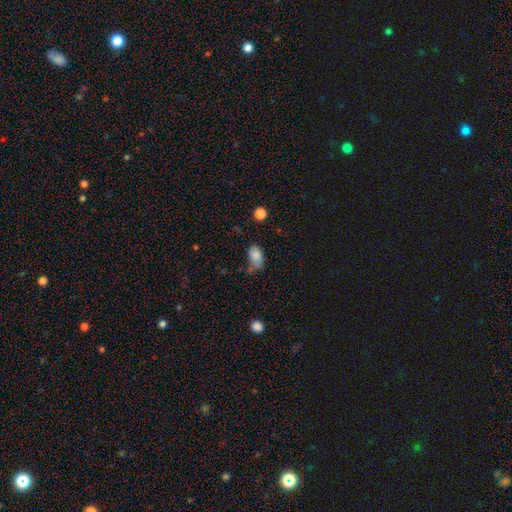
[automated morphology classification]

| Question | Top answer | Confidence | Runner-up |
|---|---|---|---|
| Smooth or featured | smooth | 81% | featured or disk (10%) |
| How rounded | in between | 90% | round (9%) |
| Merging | none | 43% | minor disturbance (36%) |